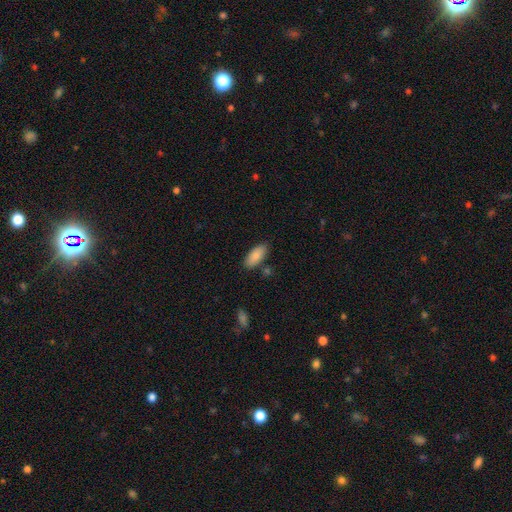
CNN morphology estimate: This is clearly a smooth galaxy (86%). How rounded: clearly in between (86%). Merging: clearly none (82%).